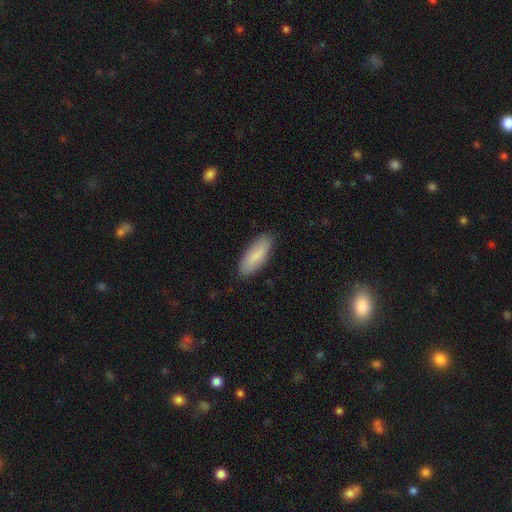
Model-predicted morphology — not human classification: This is clearly a smooth galaxy (85%). How rounded: likely in between (69%). Merging: clearly none (88%).